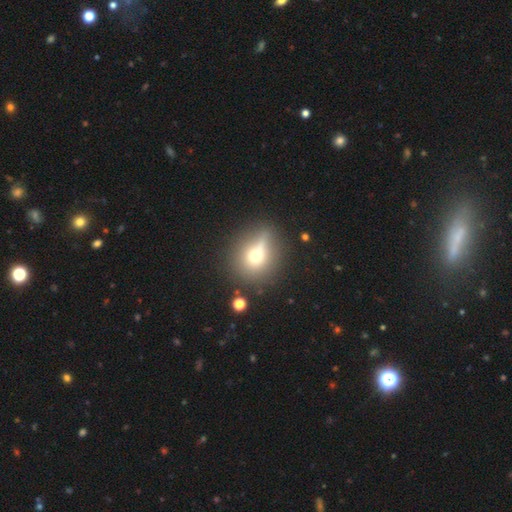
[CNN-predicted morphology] Smooth or featured? Predicted: smooth (p=0.56). How rounded? Predicted: round (p=0.85). Merging? Predicted: none (p=0.70).